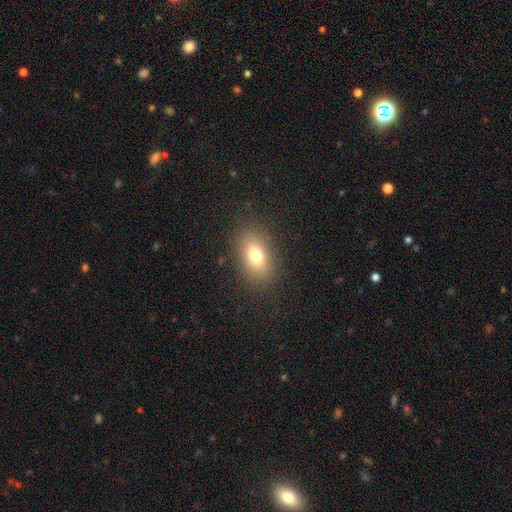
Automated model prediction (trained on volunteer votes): A smooth galaxy with no disk features (76%) that is in between round and cigar-shaped (82%). Merging: none (86%).